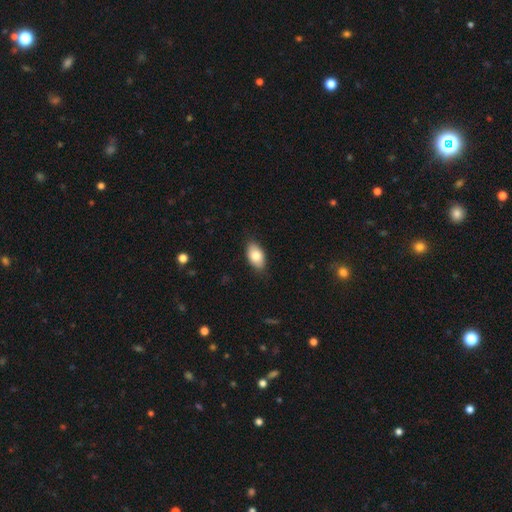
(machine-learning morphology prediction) A smooth galaxy with no disk features (82%) that is in between round and cigar-shaped (92%). Merging: none (85%).